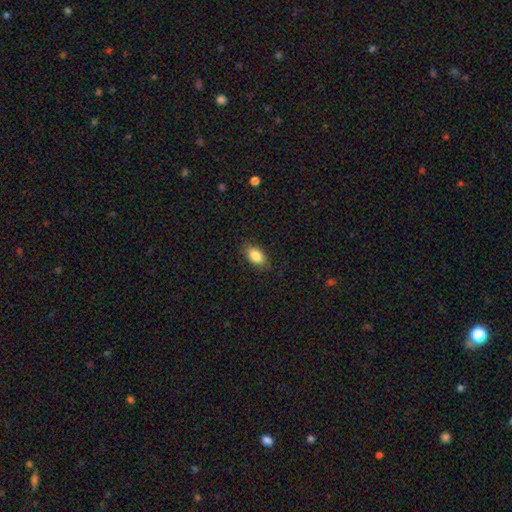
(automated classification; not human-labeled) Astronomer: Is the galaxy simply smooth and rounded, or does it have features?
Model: smooth — 86%.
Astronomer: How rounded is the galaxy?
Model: in between — 91%.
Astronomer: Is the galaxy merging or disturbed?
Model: none — 82%.